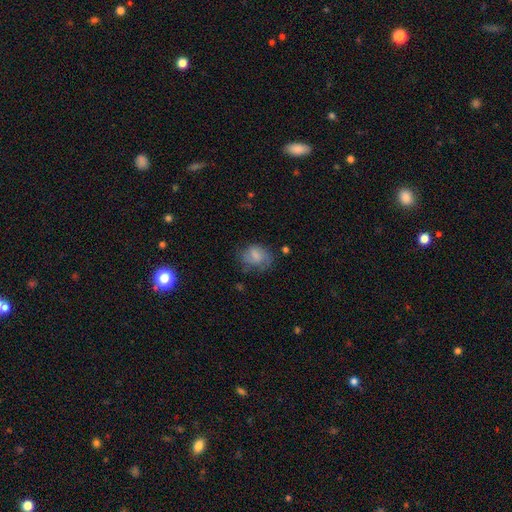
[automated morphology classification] Smooth or featured?
  - smooth: 65% *
  - featured or disk: 26%
  - star or artifact: 9%
How rounded?
  - in between: 61% *
  - round: 38%
  - cigar-shaped: 1%
Merging?
  - none: 50% *
  - minor disturbance: 29%
  - major disturbance: 19%
  - merger: 3%